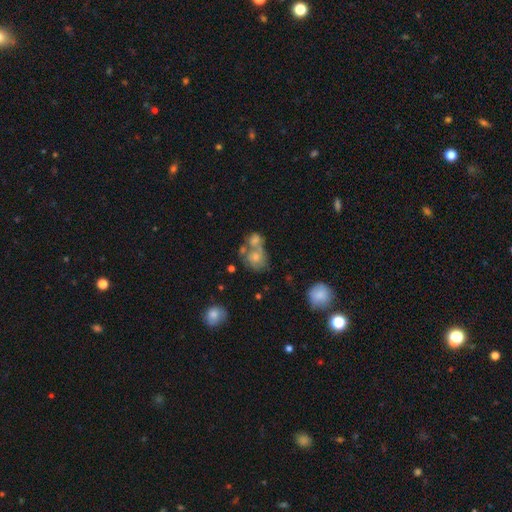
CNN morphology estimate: Overall: smooth (59%; featured or disk 30%). How rounded: round (60%; in between 38%). Merging: merger (51%; none 29%).